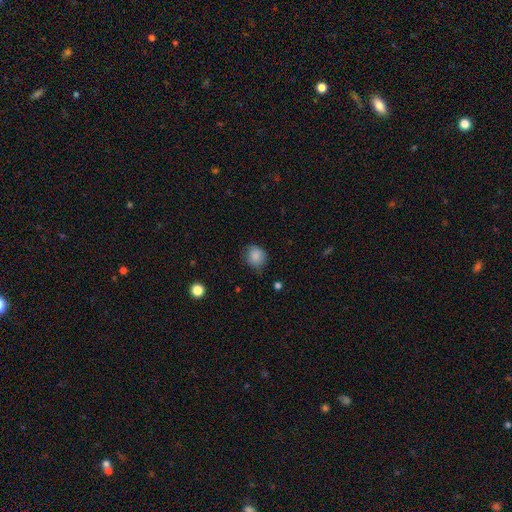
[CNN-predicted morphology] Smooth or featured?
  - smooth: 86% *
  - star or artifact: 9%
  - featured or disk: 5%
How rounded?
  - round: 74% *
  - in between: 25%
  - cigar-shaped: 1%
Merging?
  - none: 68% *
  - minor disturbance: 26%
  - major disturbance: 5%
  - merger: 1%